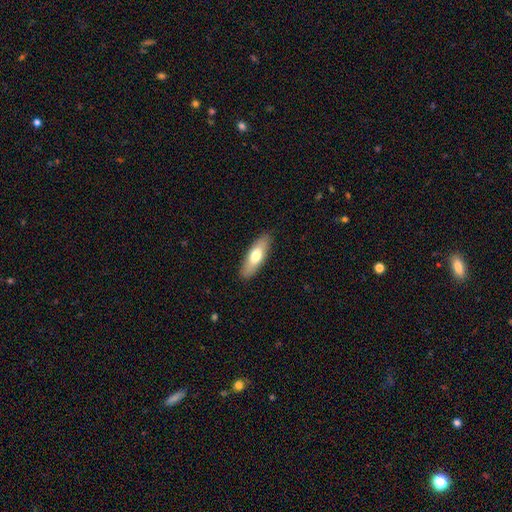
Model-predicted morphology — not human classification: type=smooth (68%); roundness=in between (57%); merging=none (88%).